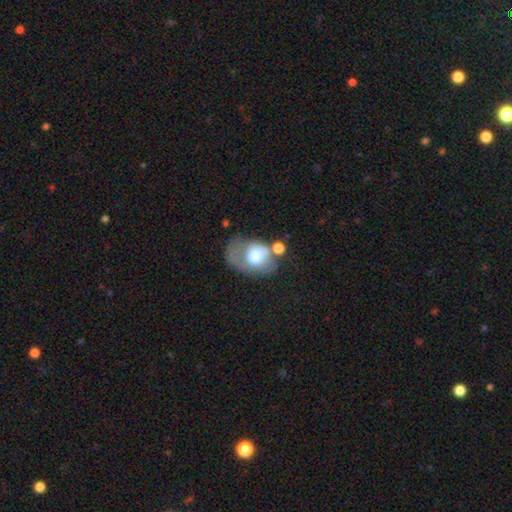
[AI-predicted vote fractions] smooth_or_featured: smooth (p=0.59) [alt: featured or disk p=0.33]
how_rounded: in between (p=0.66) [alt: round p=0.33]
merging: major disturbance (p=0.32) [alt: minor disturbance p=0.24]